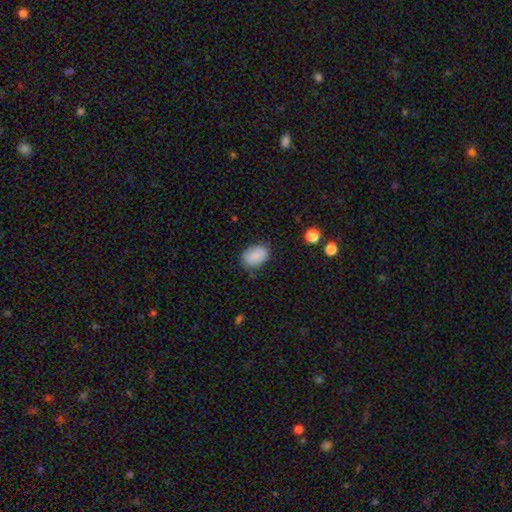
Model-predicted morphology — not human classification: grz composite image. It shows a smooth galaxy with no disk features (85%) that is in between round and cigar-shaped (82%). Merging: none (77%).